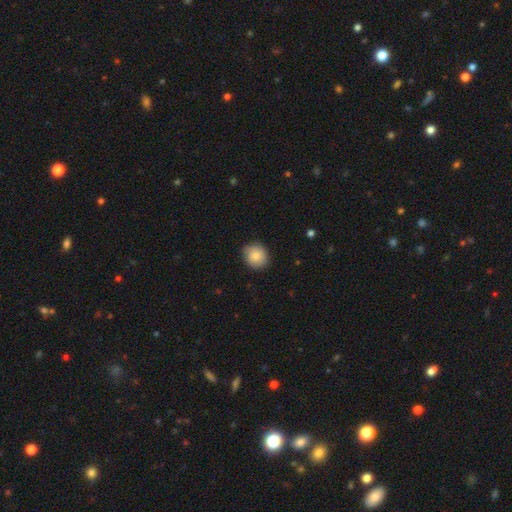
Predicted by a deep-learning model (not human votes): This is clearly a smooth galaxy (83%). How rounded: clearly round (81%). Merging: clearly none (82%).